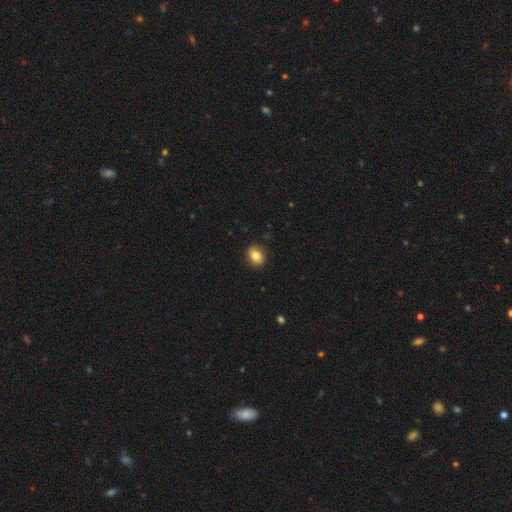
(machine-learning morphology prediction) smooth 83%, star or artifact 9%, featured or disk 8%. Down the decision tree: how rounded — round (50%); merging — none (89%).